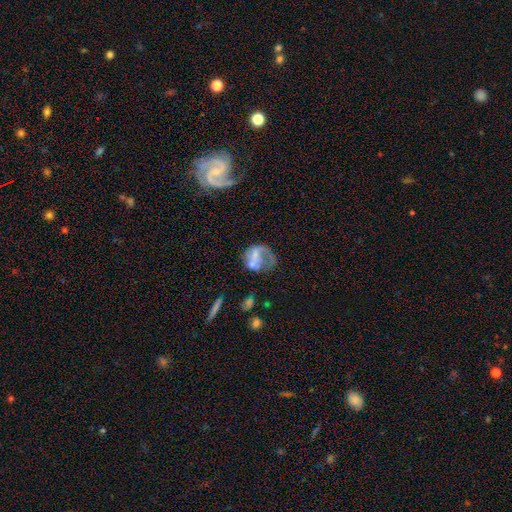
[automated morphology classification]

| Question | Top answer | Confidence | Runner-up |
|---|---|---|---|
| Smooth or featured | featured or disk | 48% | smooth (40%) |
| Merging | major disturbance | 41% | none (27%) |